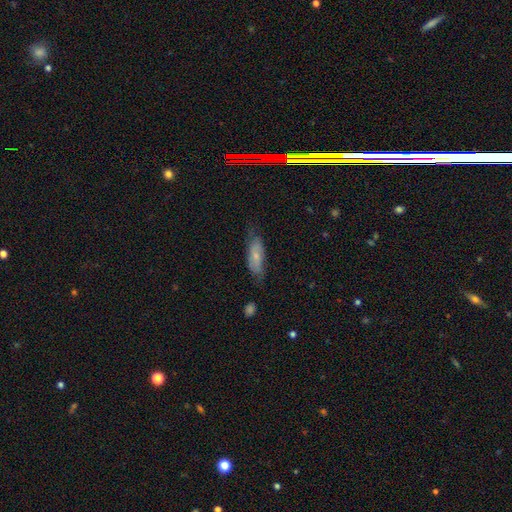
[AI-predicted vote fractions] A smooth galaxy with no disk features (59%) that is in between round and cigar-shaped (64%).

Vote fractions:
- Smooth or featured? smooth: 59% / featured or disk: 34% / star or artifact: 7%
- How rounded? in between: 64% / cigar-shaped: 33% / round: 2%
- Merging? none: 63% / minor disturbance: 27% / major disturbance: 8% / merger: 2%